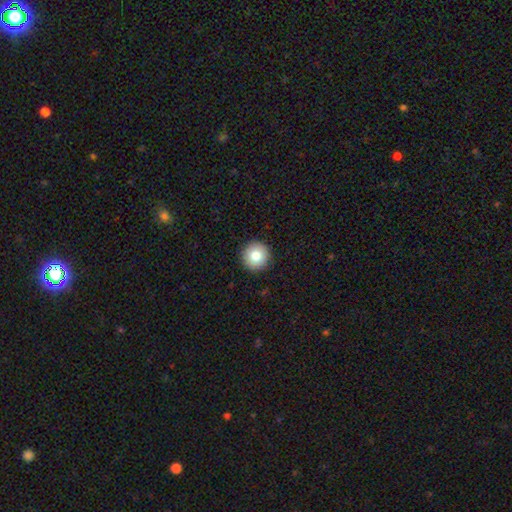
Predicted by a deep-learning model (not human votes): This appears to be a smooth galaxy with no disk features (80%) that is round (96%). Merging: none (93%).